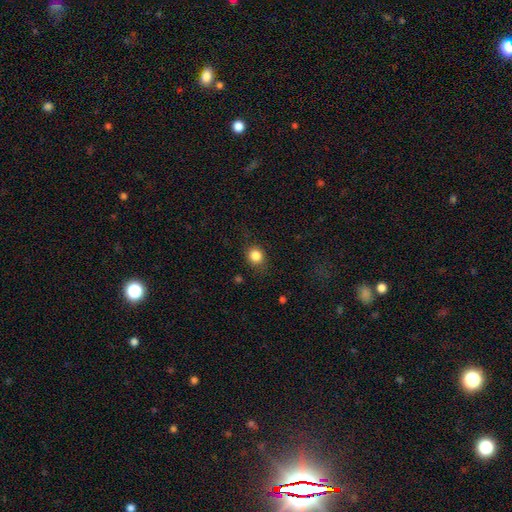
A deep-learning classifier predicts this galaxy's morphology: Smooth or featured? smooth (84%)
How rounded? round (77%)
Merging? none (79%)